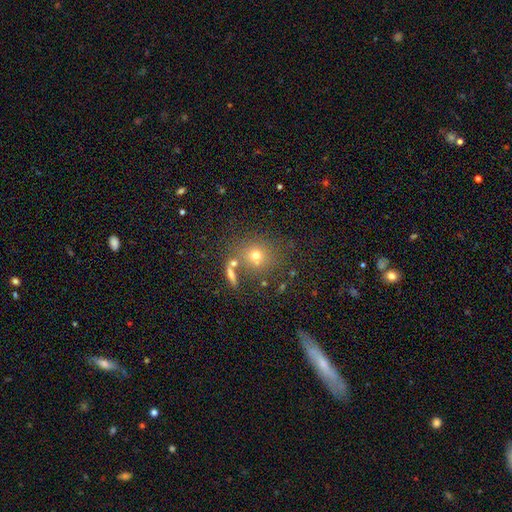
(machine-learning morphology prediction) Smooth or featured: smooth — 67% (star or artifact — 19%)
How rounded: round — 85% (in between — 14%)
Merging: none — 69% (merger — 15%)